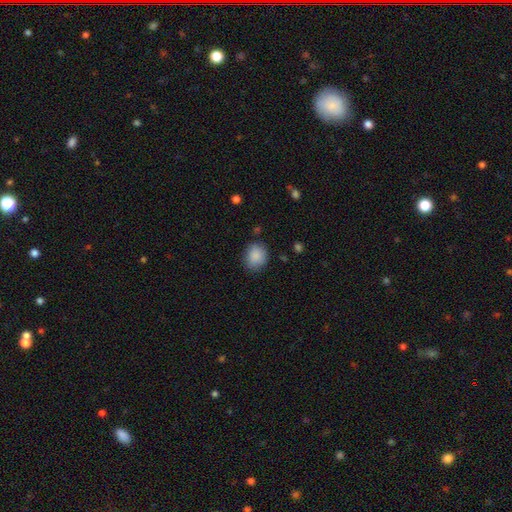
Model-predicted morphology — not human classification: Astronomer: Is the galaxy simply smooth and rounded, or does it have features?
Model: smooth — 88%.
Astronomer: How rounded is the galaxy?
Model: round — 62%.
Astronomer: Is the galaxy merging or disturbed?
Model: none — 79%.